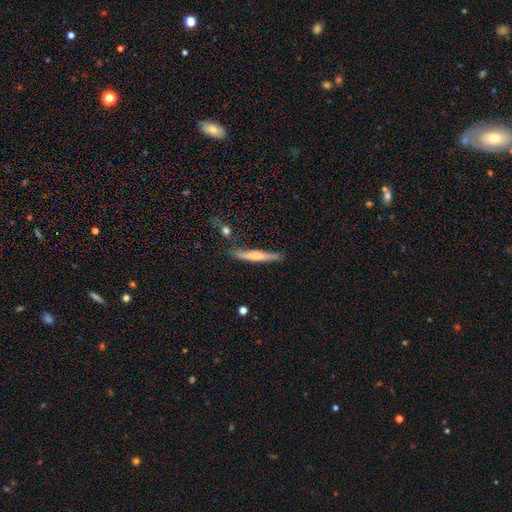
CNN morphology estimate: type=featured or disk (47%, tied with smooth); merging=none (80%).